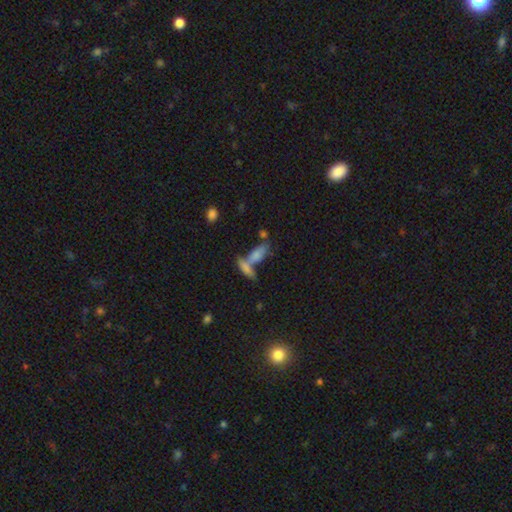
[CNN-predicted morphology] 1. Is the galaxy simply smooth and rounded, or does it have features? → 57% smooth, 26% featured or disk, 17% star or artifact.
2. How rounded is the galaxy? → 50% in between, 44% cigar-shaped, 6% round.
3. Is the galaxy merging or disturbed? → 47% merger, 39% none, 9% minor disturbance, 5% major disturbance.